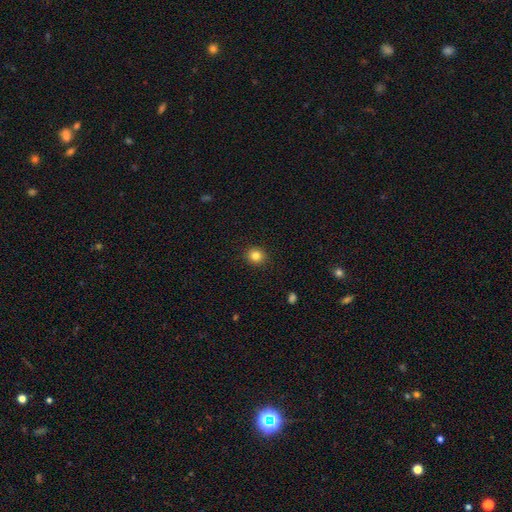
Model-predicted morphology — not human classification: smooth_or_featured: smooth (p=0.83) [alt: star or artifact p=0.11]
how_rounded: round (p=0.83) [alt: in between p=0.16]
merging: none (p=0.91) [alt: minor disturbance p=0.06]